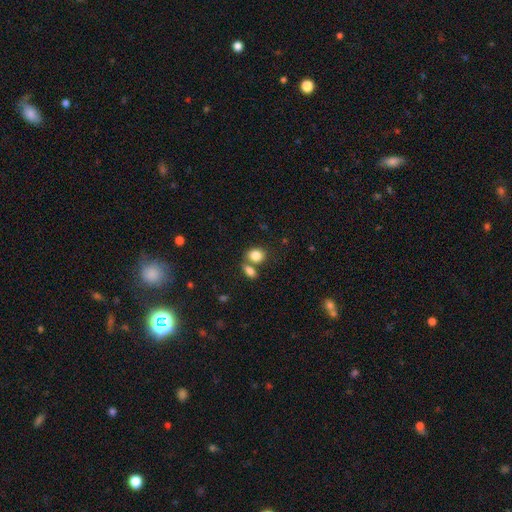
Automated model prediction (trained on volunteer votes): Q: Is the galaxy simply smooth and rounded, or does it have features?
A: smooth — 83%.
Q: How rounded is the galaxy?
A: in between — 51%.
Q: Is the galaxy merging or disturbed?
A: none — 49%.